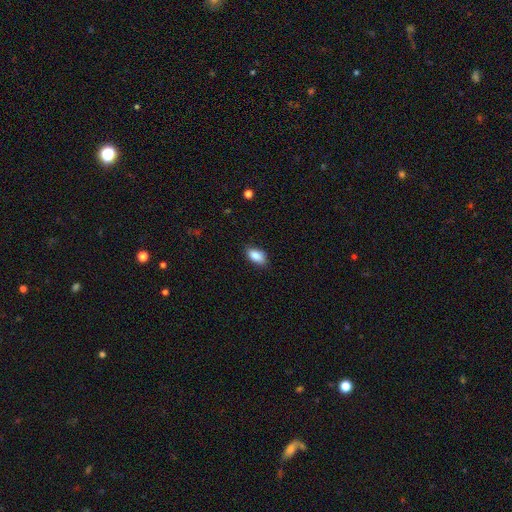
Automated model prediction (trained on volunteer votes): Overall: smooth (88%). How rounded: in between (91%). Merging: none (85%).